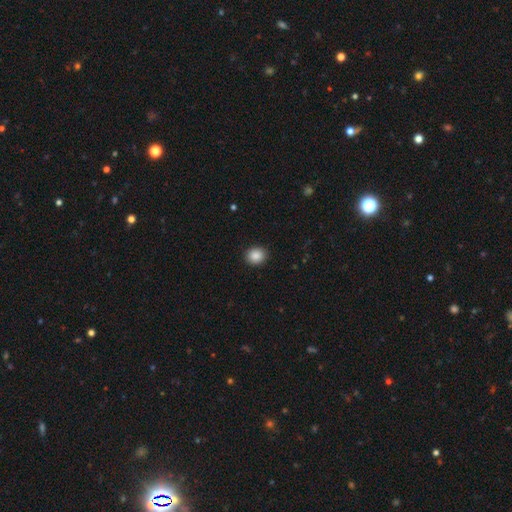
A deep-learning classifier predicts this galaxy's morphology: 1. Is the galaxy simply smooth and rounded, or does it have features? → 88% smooth, 9% star or artifact, 4% featured or disk.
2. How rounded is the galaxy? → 68% round, 31% in between, 1% cigar-shaped.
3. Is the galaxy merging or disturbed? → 91% none, 6% minor disturbance, 2% major disturbance, 1% merger.